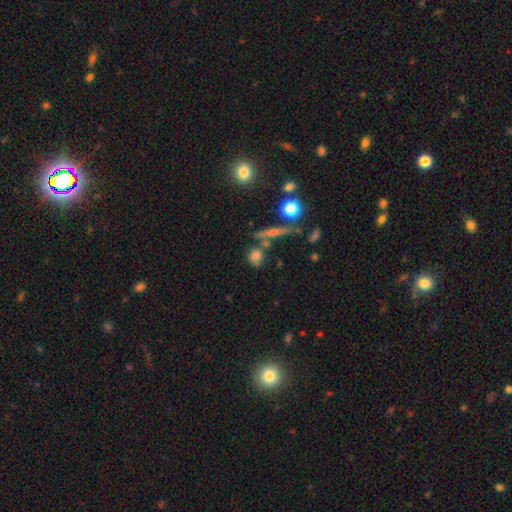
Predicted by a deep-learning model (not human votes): Smooth or featured? Predicted: smooth (p=0.72). How rounded? Predicted: round (p=0.70). Merging? Predicted: none (p=0.63).